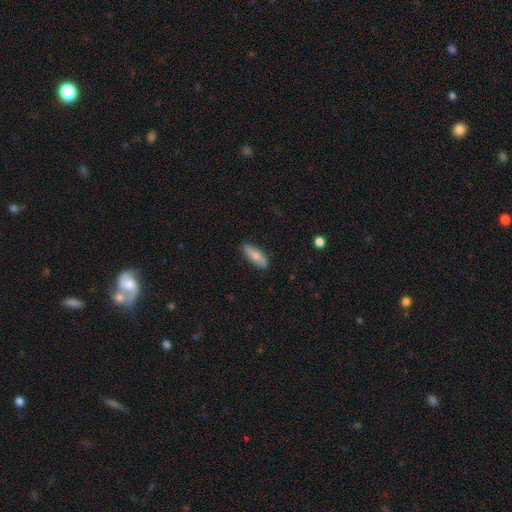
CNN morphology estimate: This is likely a smooth galaxy (62%). How rounded: likely in between (63%). Merging: clearly none (85%).